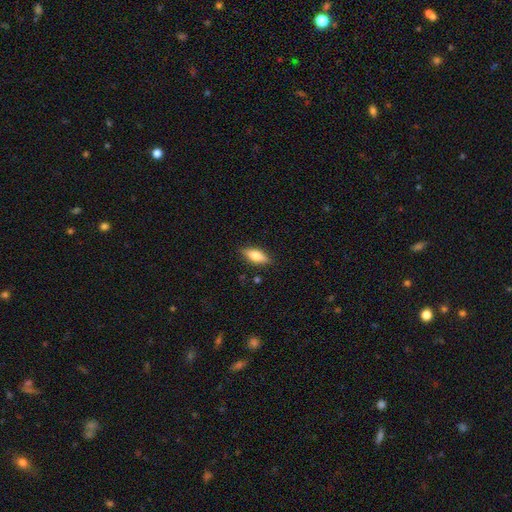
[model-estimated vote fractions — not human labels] smooth 62%, featured or disk 32%, star or artifact 7%. Down the decision tree: how rounded — in between (67%); merging — none (85%).